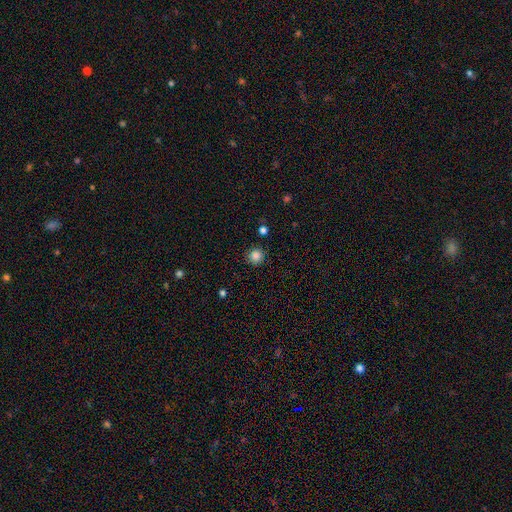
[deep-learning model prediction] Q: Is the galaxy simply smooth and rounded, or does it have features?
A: smooth — 85%.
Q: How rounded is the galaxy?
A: round — 94%.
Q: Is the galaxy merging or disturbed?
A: none — 90%.